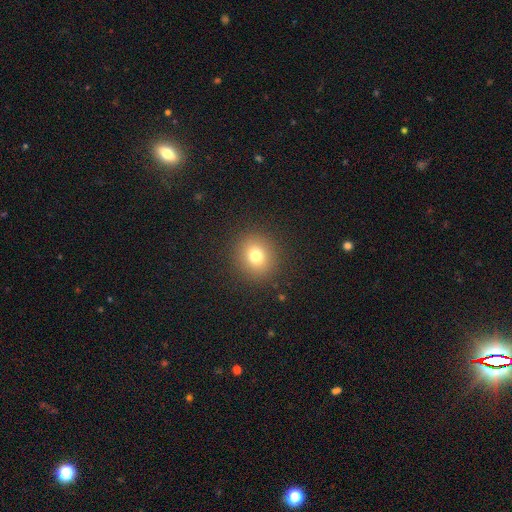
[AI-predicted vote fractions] smooth_or_featured: smooth (p=0.75) [alt: star or artifact p=0.15]
how_rounded: round (p=0.84) [alt: in between p=0.15]
merging: none (p=0.90) [alt: minor disturbance p=0.06]